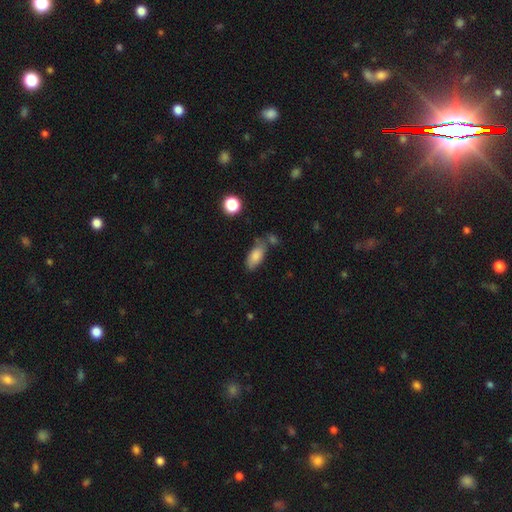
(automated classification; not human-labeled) smooth-or-featured: smooth: 82% | featured or disk: 10% | star or artifact: 8%
  how-rounded: in between: 87% | cigar-shaped: 10% | round: 3%
  merging: none: 60% | minor disturbance: 20% | merger: 14% | major disturbance: 6%